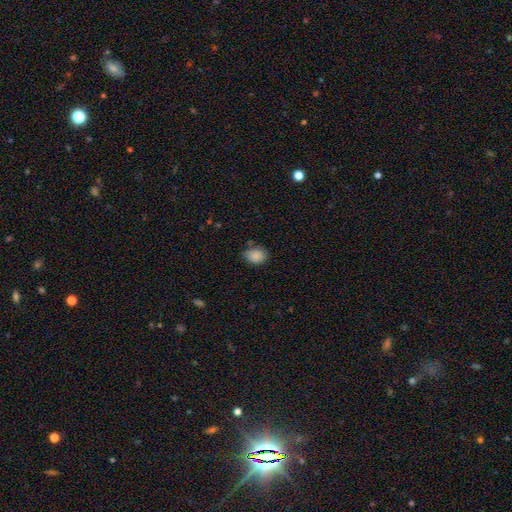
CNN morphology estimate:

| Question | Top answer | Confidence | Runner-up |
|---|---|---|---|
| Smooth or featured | smooth | 87% | star or artifact (8%) |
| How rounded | in between | 70% | round (28%) |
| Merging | none | 72% | minor disturbance (21%) |